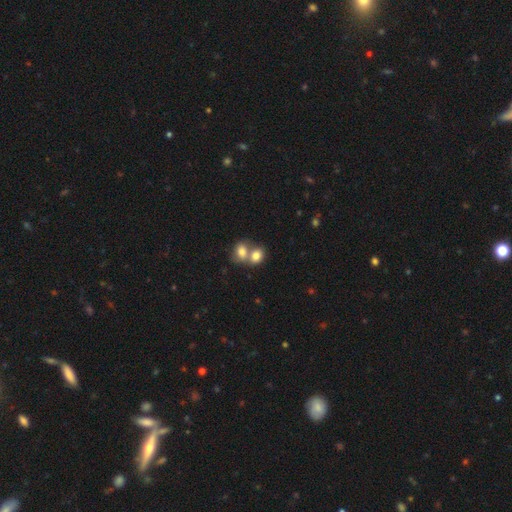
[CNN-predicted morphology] Q: Smooth or featured?
A: smooth (79%); runner-up: featured or disk (13%)
Q: How rounded?
A: in between (60%); runner-up: round (39%)
Q: Merging?
A: merger (67%); runner-up: none (24%)